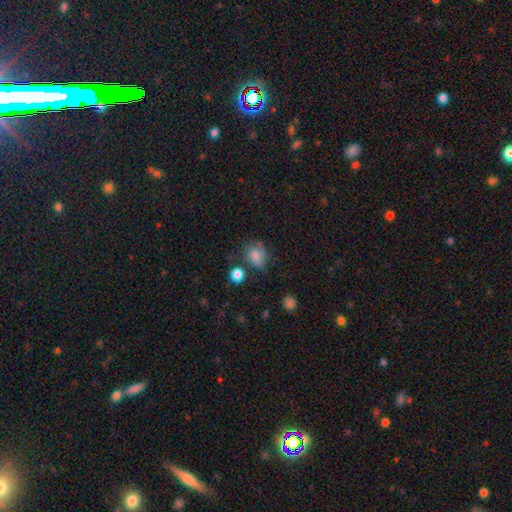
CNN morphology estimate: Smooth or featured? Predicted: smooth (p=0.71). How rounded? Predicted: round (p=0.52). Merging? Predicted: none (p=0.52).